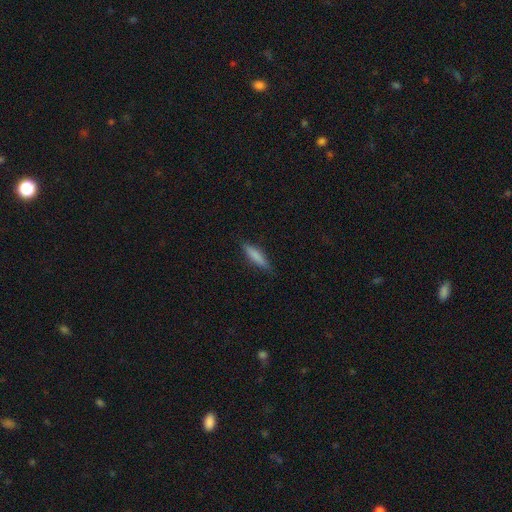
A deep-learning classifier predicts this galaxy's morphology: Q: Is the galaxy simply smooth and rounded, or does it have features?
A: smooth — 80%.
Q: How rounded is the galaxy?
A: cigar-shaped — 76%.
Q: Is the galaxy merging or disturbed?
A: none — 84%.